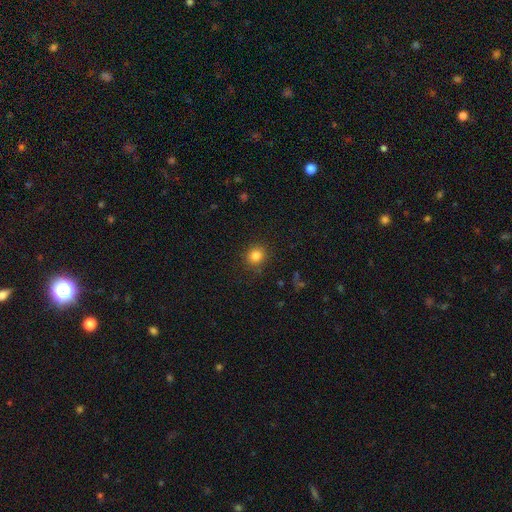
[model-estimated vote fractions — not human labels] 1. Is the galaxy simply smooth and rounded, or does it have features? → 83% smooth, 12% star or artifact, 5% featured or disk.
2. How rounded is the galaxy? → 87% round, 12% in between, 1% cigar-shaped.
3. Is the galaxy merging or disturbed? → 88% none, 8% minor disturbance, 3% major disturbance, 1% merger.